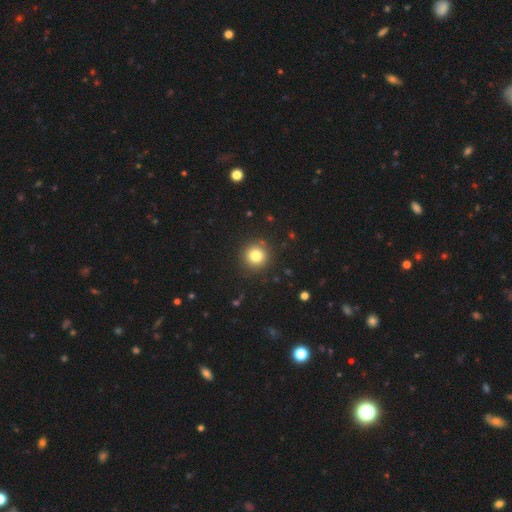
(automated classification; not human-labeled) Smooth or featured: smooth — 81% (star or artifact — 12%)
How rounded: round — 94% (in between — 5%)
Merging: none — 90% (minor disturbance — 6%)